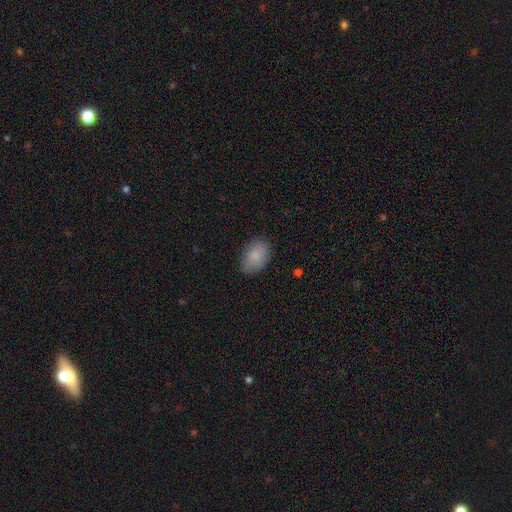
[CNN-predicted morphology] type=smooth (86%); roundness=in between (88%); merging=none (80%).